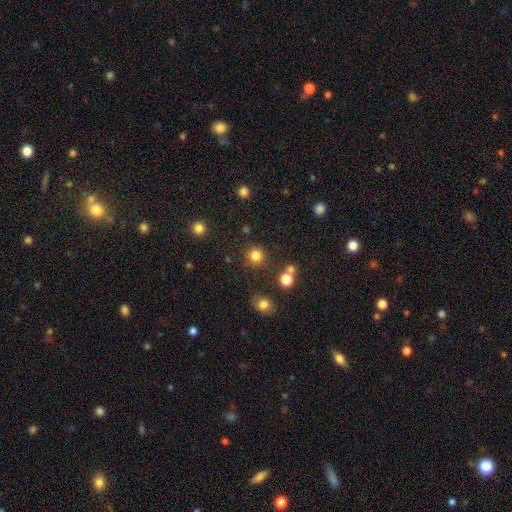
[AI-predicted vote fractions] Smooth or featured: smooth — 82% (star or artifact — 13%)
How rounded: round — 93% (in between — 6%)
Merging: none — 86% (minor disturbance — 7%)